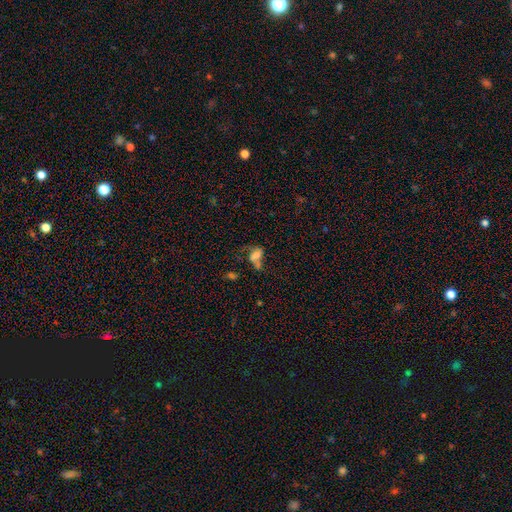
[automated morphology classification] Smooth or featured? smooth (56%)
How rounded? in between (80%)
Merging? merger (36%)